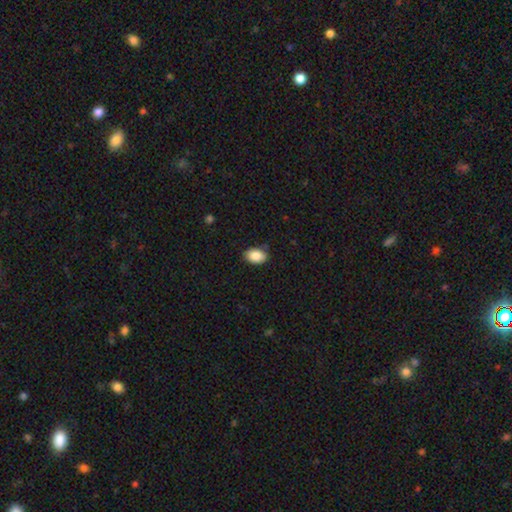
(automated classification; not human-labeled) Smooth or featured? Predicted: smooth (p=0.88). How rounded? Predicted: in between (p=0.83). Merging? Predicted: none (p=0.85).